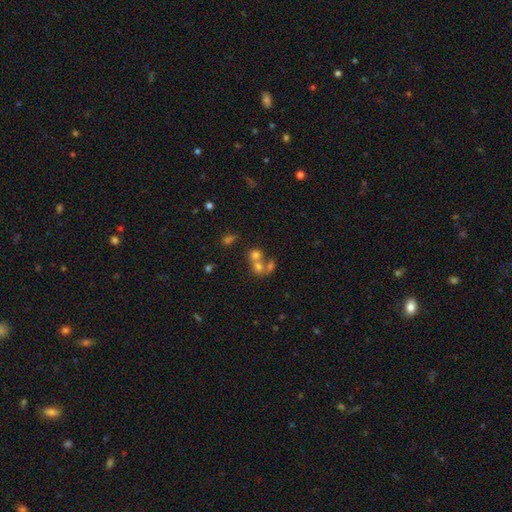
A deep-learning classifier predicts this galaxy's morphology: Overall: smooth (64%). How rounded: round (69%; in between 29%). Merging: merger (59%; none 30%).